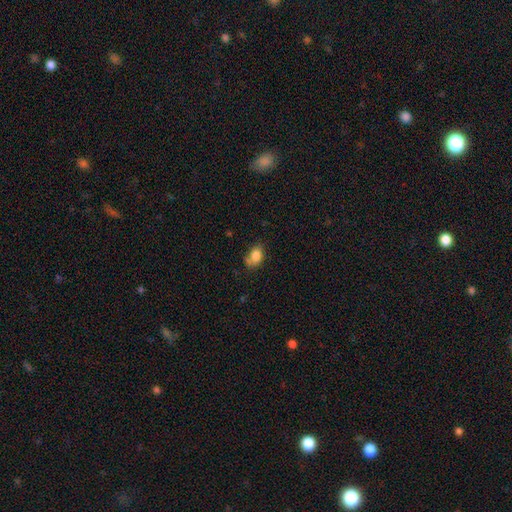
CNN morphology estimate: type=smooth (81%); roundness=in between (76%); merging=none (50%).